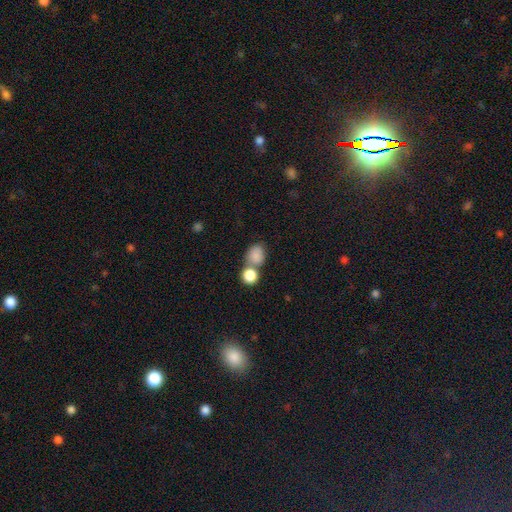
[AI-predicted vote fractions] Smooth or featured: smooth — 83% (star or artifact — 10%)
How rounded: round — 57% (in between — 42%)
Merging: none — 44% (merger — 40%)